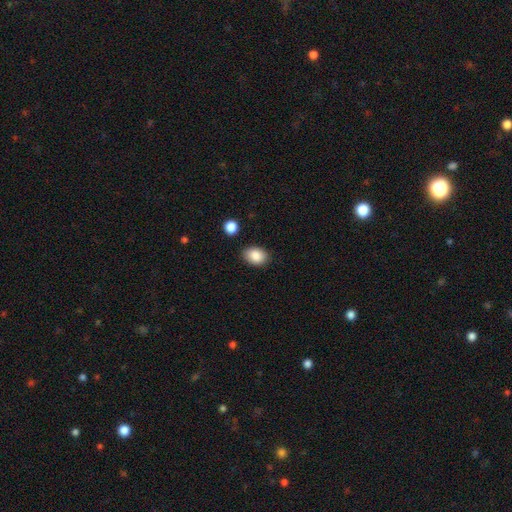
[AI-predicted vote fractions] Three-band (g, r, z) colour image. It shows a smooth galaxy with no disk features (87%) that is in between round and cigar-shaped (72%). Merging: none (84%).